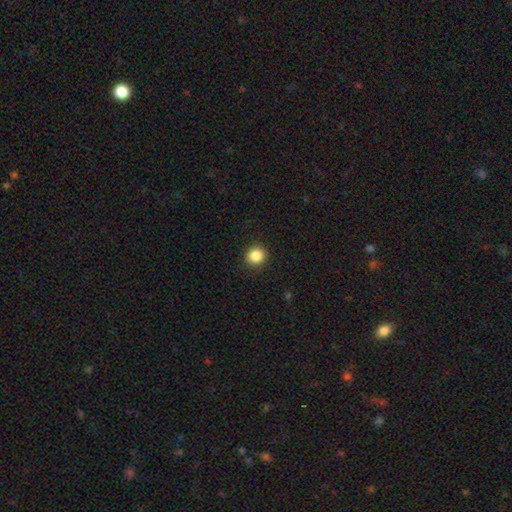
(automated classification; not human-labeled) A smooth galaxy with no disk features (87%) that is round (90%).

Vote fractions:
- Smooth or featured? smooth: 87% / star or artifact: 10% / featured or disk: 3%
- How rounded? round: 90% / in between: 9% / cigar-shaped: 1%
- Merging? none: 91% / minor disturbance: 6% / major disturbance: 2% / merger: 1%